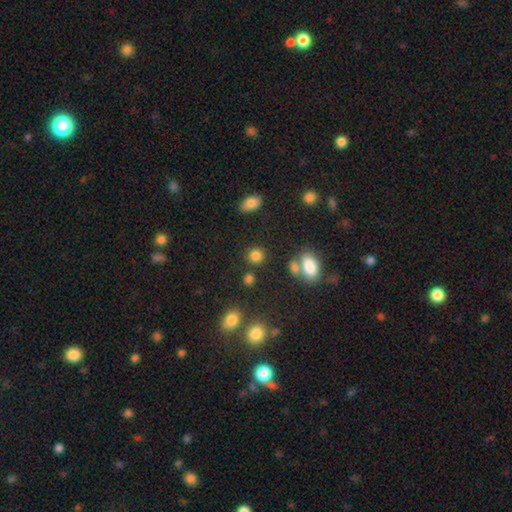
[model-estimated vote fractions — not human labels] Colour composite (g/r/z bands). It shows a smooth galaxy with no disk features (82%) that is round (82%). Merging: none (77%).